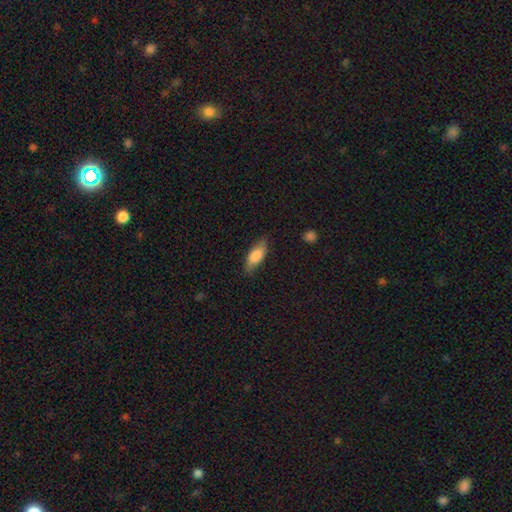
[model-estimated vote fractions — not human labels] The model was most divided on "how rounded": in between: 74%, cigar-shaped: 24%, round: 2%. More confident: smooth or featured — smooth (79%); merging — none (77%).